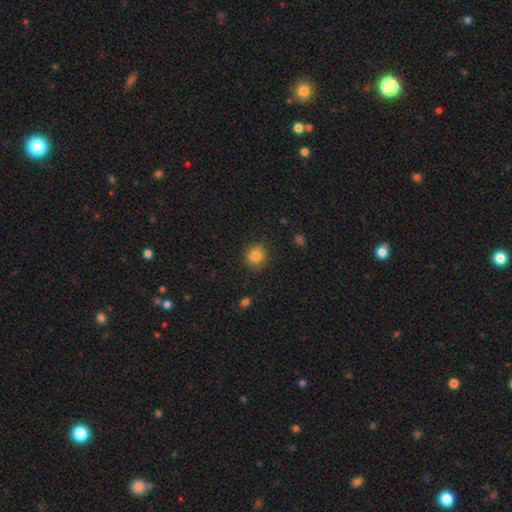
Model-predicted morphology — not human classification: Smooth or featured?
  - smooth: 82% *
  - star or artifact: 11%
  - featured or disk: 6%
How rounded?
  - round: 79% *
  - in between: 20%
  - cigar-shaped: 1%
Merging?
  - none: 82% *
  - minor disturbance: 13%
  - major disturbance: 3%
  - merger: 2%